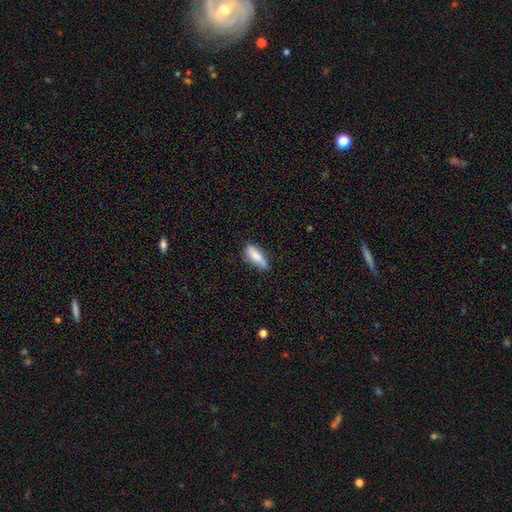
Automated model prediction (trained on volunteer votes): Overall: smooth (81%). How rounded: in between (58%; cigar-shaped 40%). Merging: none (65%; minor disturbance 28%).